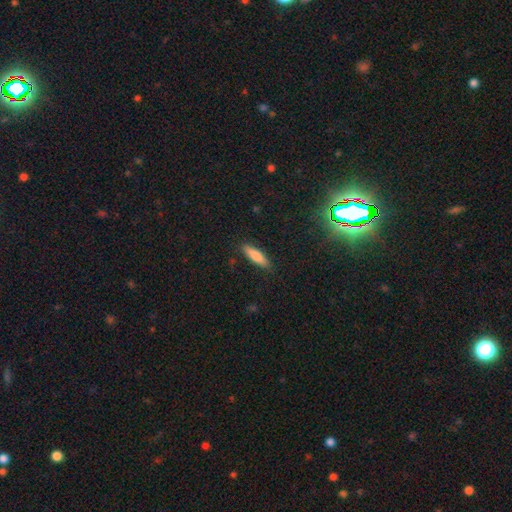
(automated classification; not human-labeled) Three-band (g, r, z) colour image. It shows a smooth galaxy with no disk features (79%) that is cigar-shaped (64%). Merging: none (88%).